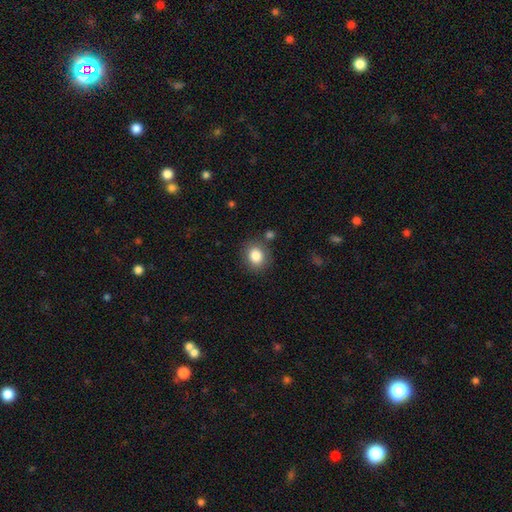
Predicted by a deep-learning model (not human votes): A smooth galaxy with no disk features (84%) that is round (69%). Merging: none (81%).